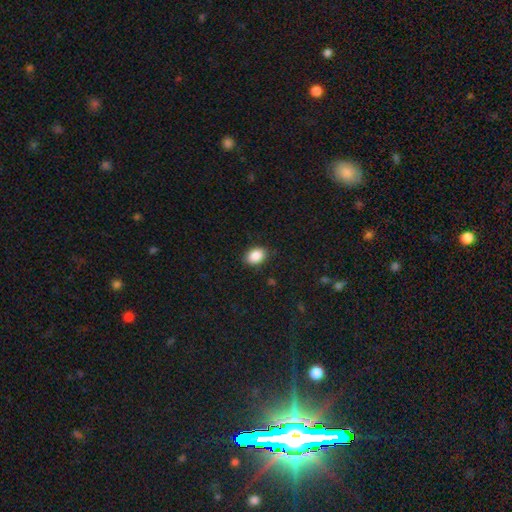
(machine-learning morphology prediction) smooth-or-featured: smooth: 88% | star or artifact: 8% | featured or disk: 4%
  how-rounded: in between: 77% | round: 22% | cigar-shaped: 1%
  merging: none: 86% | minor disturbance: 10% | major disturbance: 2% | merger: 1%